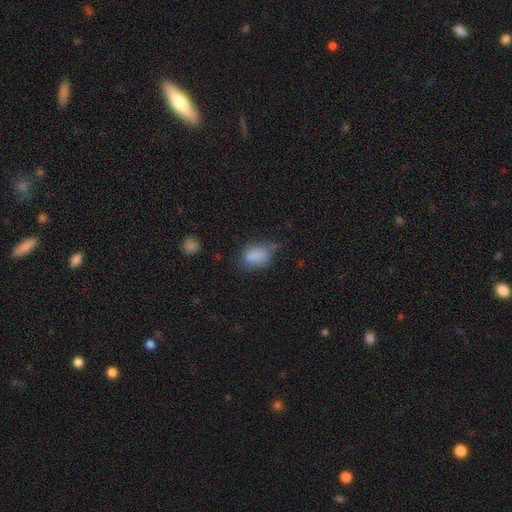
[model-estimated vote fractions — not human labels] This is clearly a smooth galaxy (81%). How rounded: clearly in between (82%). Merging: marginally none (44%).